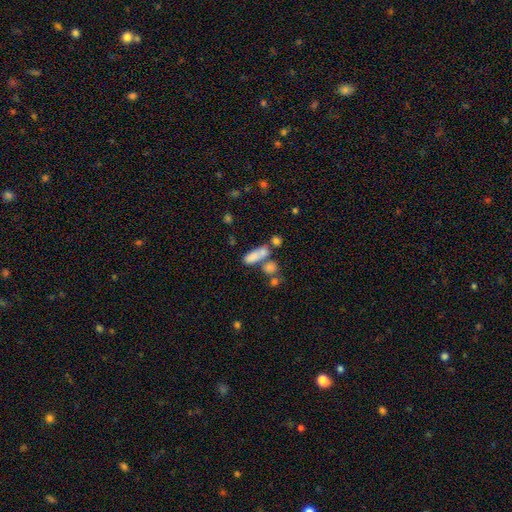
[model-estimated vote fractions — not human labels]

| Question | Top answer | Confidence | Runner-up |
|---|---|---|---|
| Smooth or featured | smooth | 73% | featured or disk (16%) |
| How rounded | in between | 69% | cigar-shaped (23%) |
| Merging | merger | 45% | none (35%) |